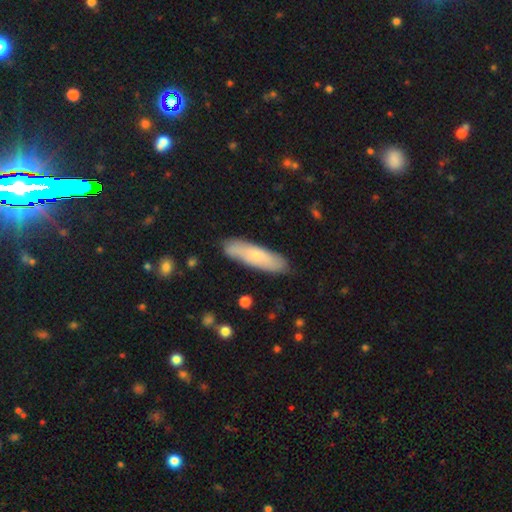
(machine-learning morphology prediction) Smooth or featured: smooth — 65% (featured or disk — 30%)
How rounded: cigar-shaped — 65% (in between — 33%)
Merging: none — 83% (minor disturbance — 13%)